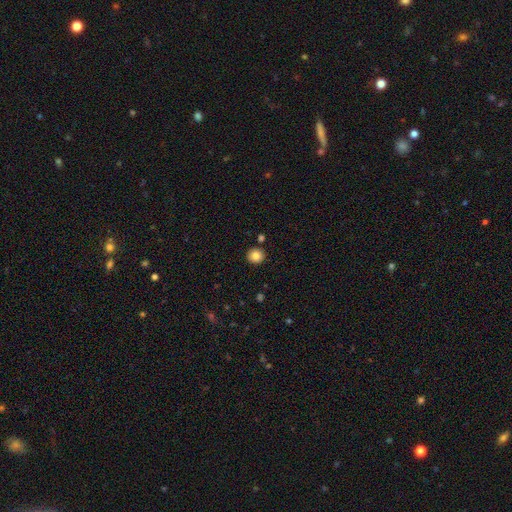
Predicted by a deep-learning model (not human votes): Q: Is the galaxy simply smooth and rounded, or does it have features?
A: smooth — 83%.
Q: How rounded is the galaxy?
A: round — 91%.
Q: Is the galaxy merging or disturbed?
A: none — 89%.